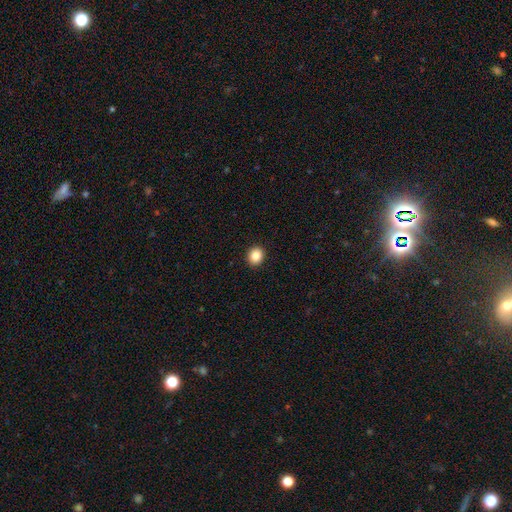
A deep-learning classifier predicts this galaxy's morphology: A smooth galaxy with no disk features (87%) that is round (72%). Merging: none (92%).